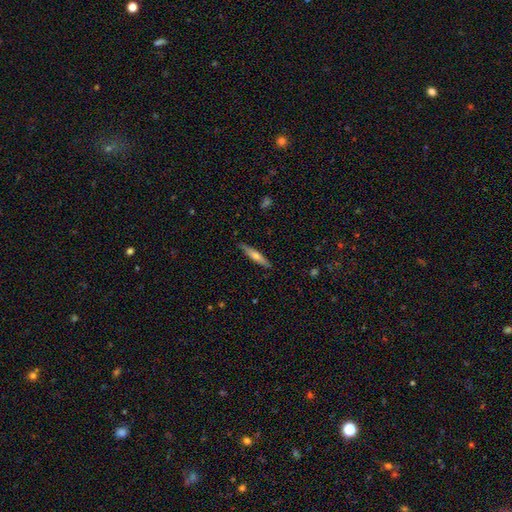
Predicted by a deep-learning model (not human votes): This appears to be a smooth galaxy with no disk features (50%). Merging: none (87%).